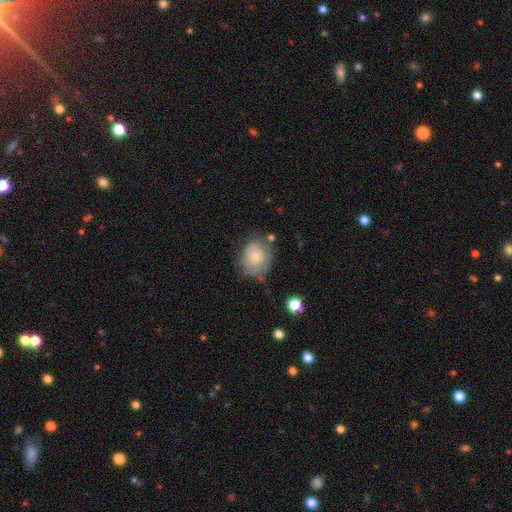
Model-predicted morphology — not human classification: A featured or disk galaxy (51%).

Vote fractions:
- Smooth or featured? featured or disk: 51% / smooth: 39% / star or artifact: 9%
- Edge-on disk? no: 97% / yes: 3%
- Merging? none: 58% / minor disturbance: 28% / major disturbance: 10% / merger: 3%